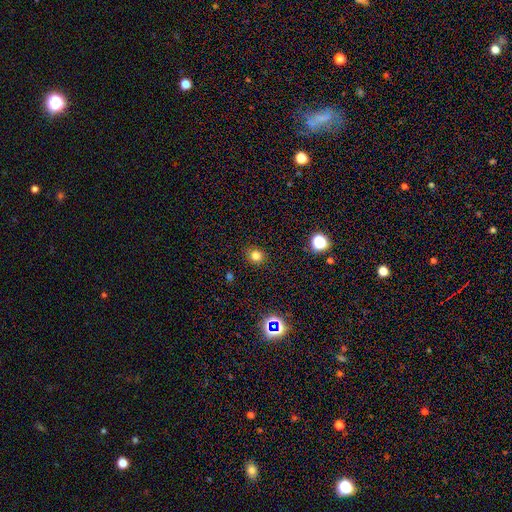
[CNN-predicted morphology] The model was most divided on "smooth or featured": smooth: 78%, star or artifact: 16%, featured or disk: 6%. More confident: merging — none (89%); how rounded — round (82%).